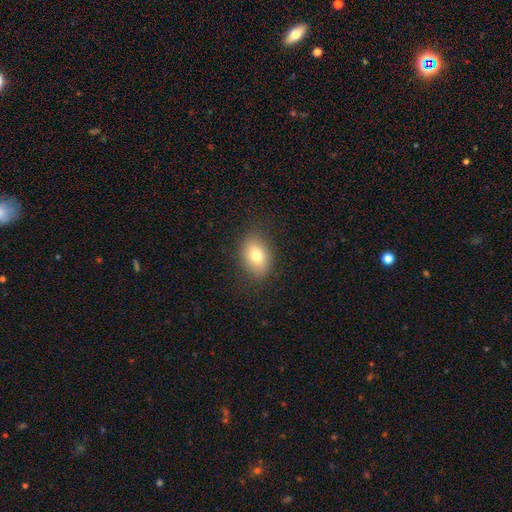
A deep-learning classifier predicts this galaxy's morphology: A smooth galaxy with no disk features (73%) that is in between round and cigar-shaped (76%).

Vote fractions:
- Smooth or featured? smooth: 73% / featured or disk: 17% / star or artifact: 10%
- How rounded? in between: 76% / round: 22% / cigar-shaped: 2%
- Merging? none: 83% / minor disturbance: 12% / major disturbance: 4% / merger: 1%